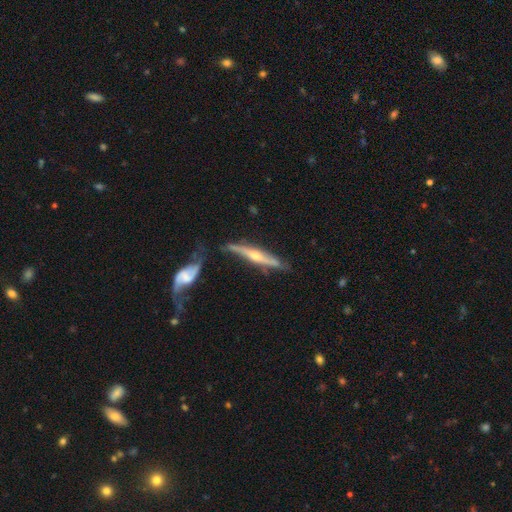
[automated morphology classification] featured or disk 79%, smooth 15%, star or artifact 5%. Down the decision tree: edge-on disk — yes (92%); edge-on bulge — rounded (87%); merging — none (65%).